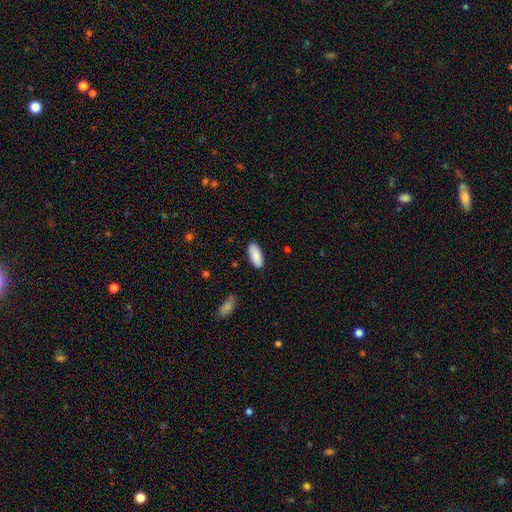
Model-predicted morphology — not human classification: A smooth galaxy with no disk features (88%) that is in between round and cigar-shaped (85%). Merging: none (87%).